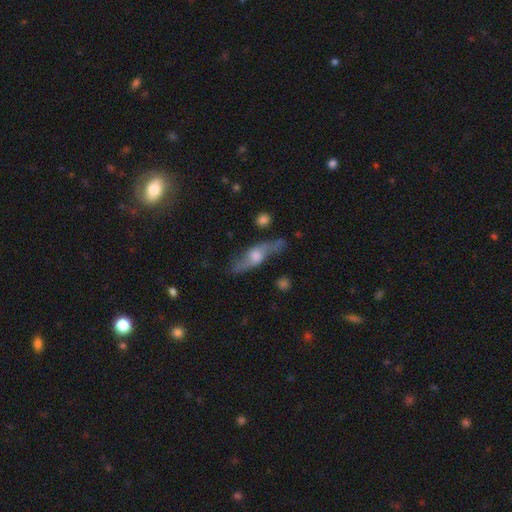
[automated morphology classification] Smooth or featured? featured or disk (68%)
Edge-on disk? yes (60%)
Merging? none (72%)